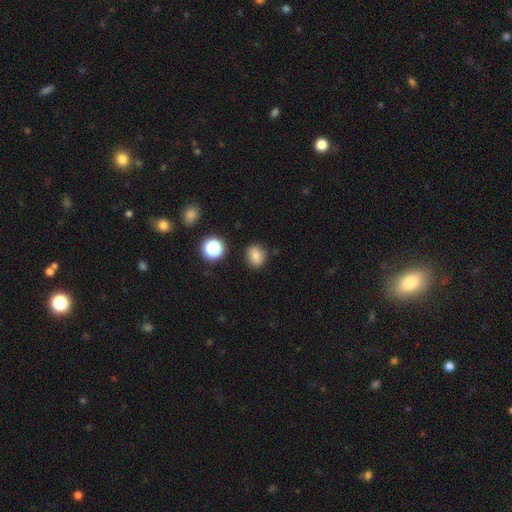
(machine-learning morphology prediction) This is likely a smooth galaxy (80%). How rounded: likely round (69%). Merging: clearly none (85%).